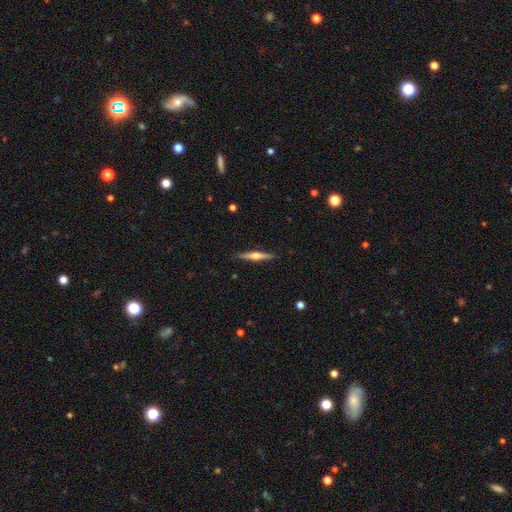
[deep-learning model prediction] The model was most divided on "smooth or featured": featured or disk: 63%, smooth: 31%, star or artifact: 6%. More confident: edge-on disk — yes (98%); merging — none (90%); edge-on bulge — rounded (90%).